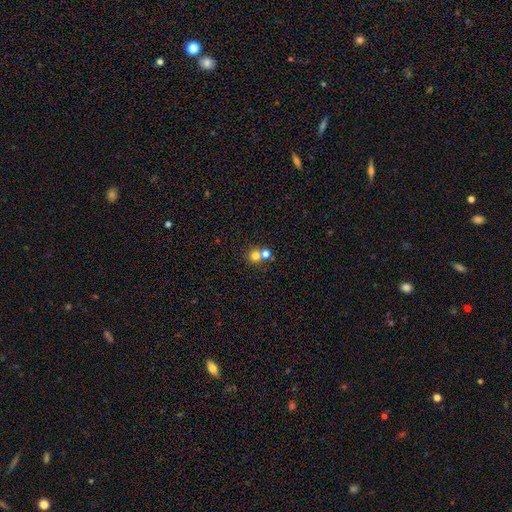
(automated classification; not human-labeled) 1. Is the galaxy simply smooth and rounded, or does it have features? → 75% smooth, 14% star or artifact, 11% featured or disk.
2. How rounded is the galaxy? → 89% round, 10% in between, 1% cigar-shaped.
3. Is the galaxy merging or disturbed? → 48% none, 45% merger, 5% minor disturbance, 2% major disturbance.